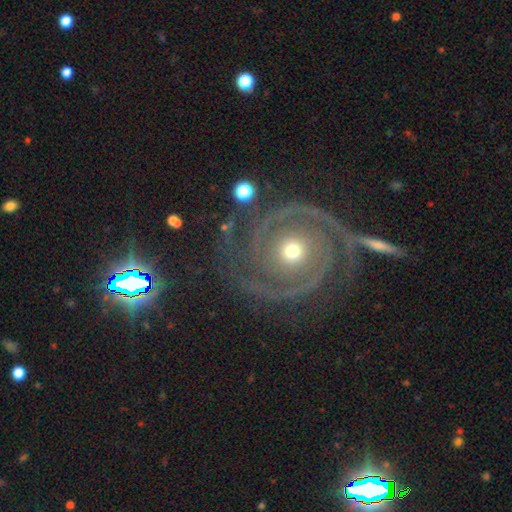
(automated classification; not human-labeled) Smooth or featured: featured or disk — 92% (star or artifact — 5%)
Edge-on disk: no — 98% (yes — 2%)
Bar: no — 76% (weak — 15%)
Spiral arms: yes — 98% (no — 2%)
Spiral winding: tight — 76% (medium — 21%)
Spiral arm count: 2 — 84% (3 — 6%)
Bulge size: moderate — 56% (small — 40%)
Merging: none — 76% (minor disturbance — 13%)